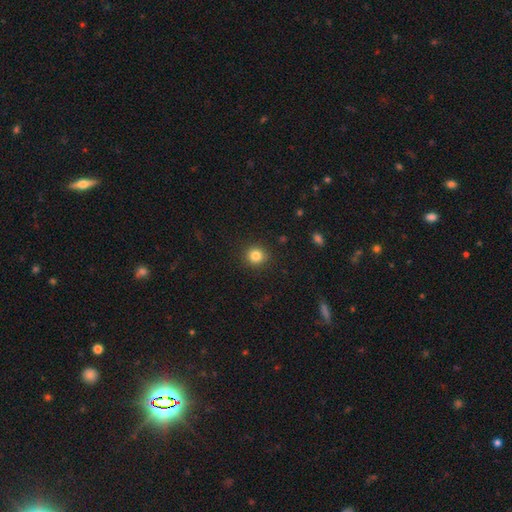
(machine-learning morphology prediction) smooth-or-featured: smooth: 83% | star or artifact: 11% | featured or disk: 5%
  how-rounded: round: 92% | in between: 7% | cigar-shaped: 1%
  merging: none: 91% | minor disturbance: 6% | major disturbance: 2% | merger: 1%